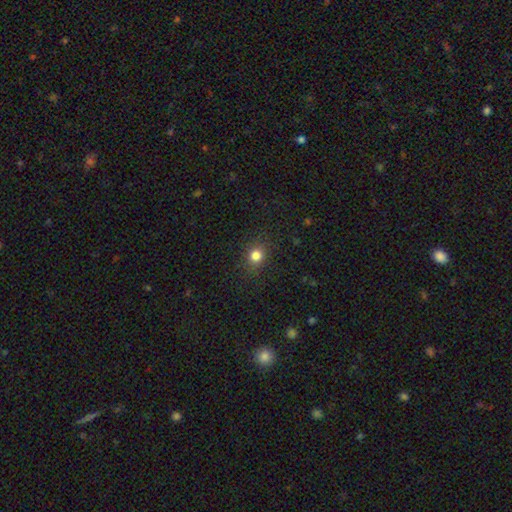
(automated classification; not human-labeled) This is clearly a smooth galaxy (81%). How rounded: likely round (78%). Merging: clearly none (87%).